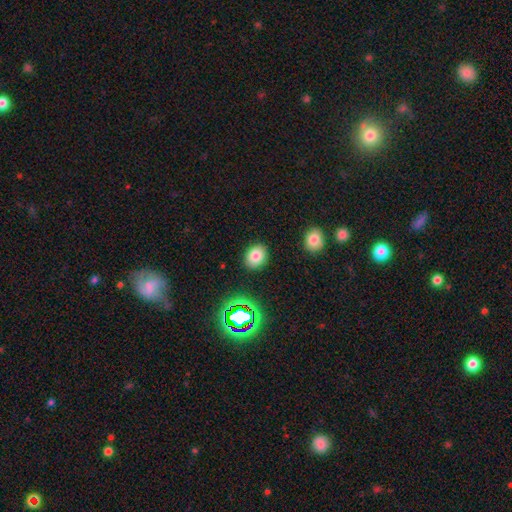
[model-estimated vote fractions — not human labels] Morphology: type=smooth (79%); roundness=in between (52%); merging=none (88%).